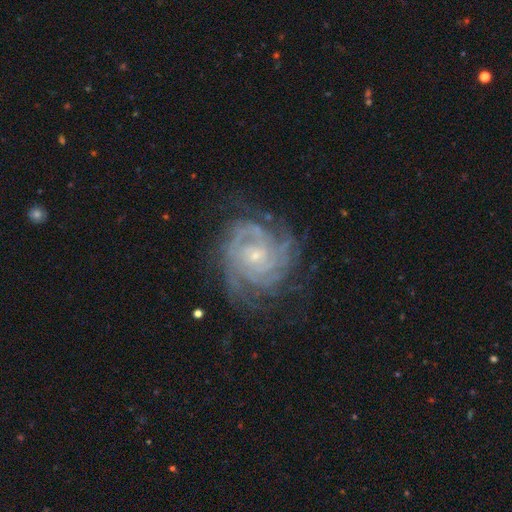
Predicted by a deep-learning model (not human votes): A featured or disk galaxy (88%) with no bar (69%), can't tell (23%, tied with 4) tight (75%) spiral arms (98%) and a small central bulge (74%).

Vote fractions:
- Smooth or featured? featured or disk: 88% / star or artifact: 7% / smooth: 5%
- Edge-on disk? no: 98% / yes: 2%
- Bar? no: 69% / weak: 24% / strong: 7%
- Spiral arms? yes: 98% / no: 2%
- Spiral winding? tight: 75% / medium: 22% / loose: 3%
- Spiral arm count? can't tell: 23% (tied) / 4: 23% (tied) / 3: 21% / 2: 15% / more than 4: 11% / 1: 7%
- Bulge size? small: 74% / moderate: 22% / none: 2% / large: 1% / dominant: 1%
- Merging? none: 74% / minor disturbance: 17% / major disturbance: 8% / merger: 1%